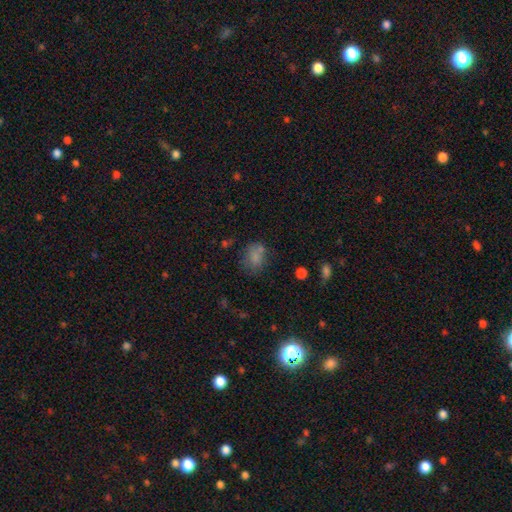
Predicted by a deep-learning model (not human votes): smooth_or_featured: smooth (p=0.76) [alt: star or artifact p=0.13]
how_rounded: in between (p=0.54) [alt: round p=0.45]
merging: none (p=0.57) [alt: minor disturbance p=0.21]